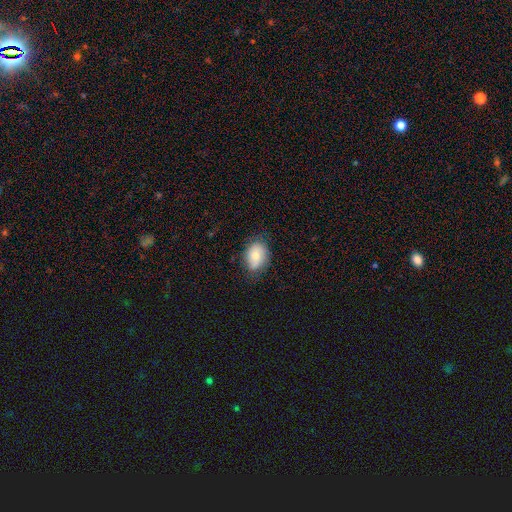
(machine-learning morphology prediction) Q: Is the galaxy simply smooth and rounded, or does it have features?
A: smooth — 76%.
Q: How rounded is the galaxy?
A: in between — 75%.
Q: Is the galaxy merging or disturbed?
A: none — 72%.